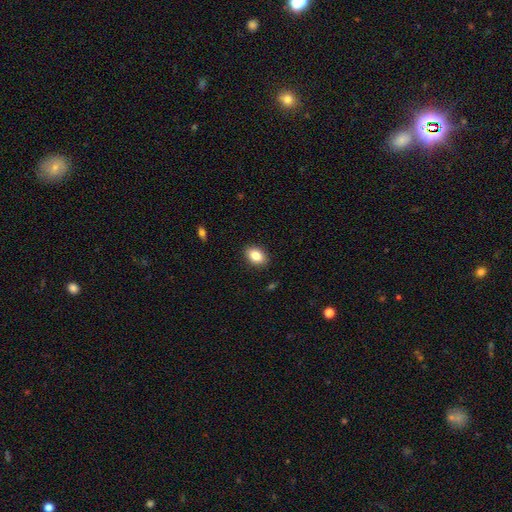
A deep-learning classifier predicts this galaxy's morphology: smooth-or-featured: smooth: 85% | star or artifact: 8% | featured or disk: 7%
  how-rounded: in between: 82% | round: 17% | cigar-shaped: 1%
  merging: none: 89% | minor disturbance: 8% | major disturbance: 2% | merger: 1%